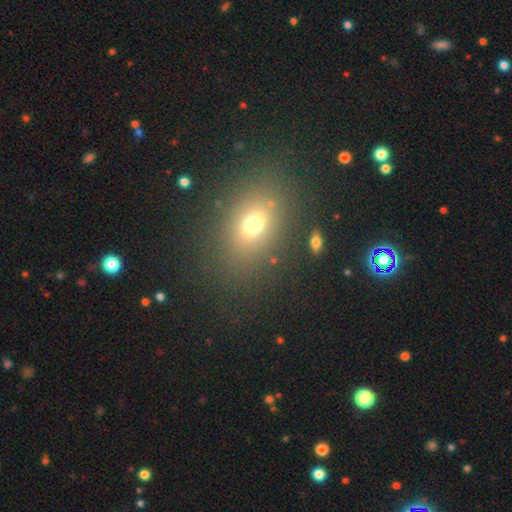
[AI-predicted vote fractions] Smooth or featured? smooth (60%)
How rounded? in between (68%)
Merging? none (87%)